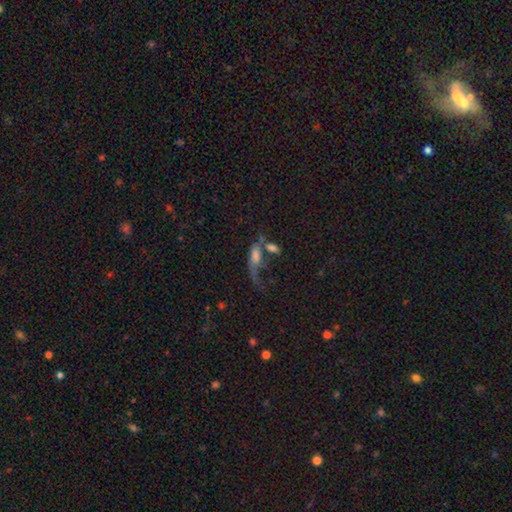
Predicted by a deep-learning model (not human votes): This appears to be a smooth galaxy with no disk features (47%). Merging: merger (35%).